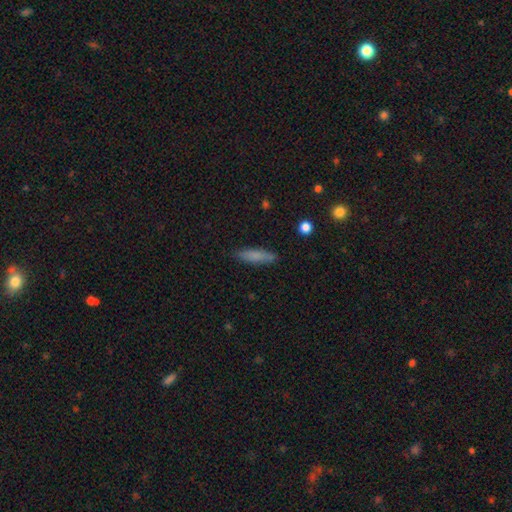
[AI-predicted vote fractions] This appears to be a smooth galaxy with no disk features (80%) that is cigar-shaped (72%). Merging: none (84%).